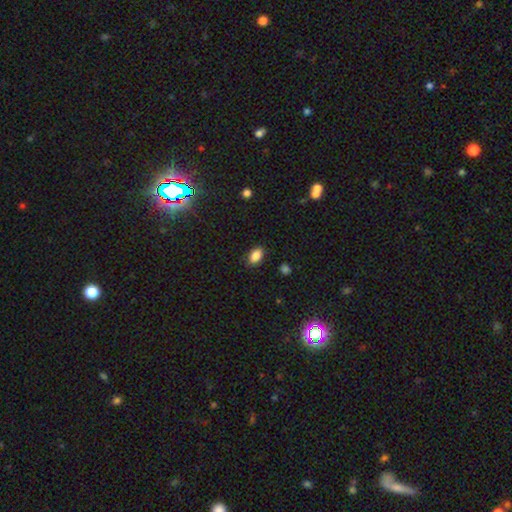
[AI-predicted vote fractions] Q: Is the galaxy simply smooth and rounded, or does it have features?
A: smooth — 86%.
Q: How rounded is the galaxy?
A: in between — 88%.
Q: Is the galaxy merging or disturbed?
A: none — 87%.